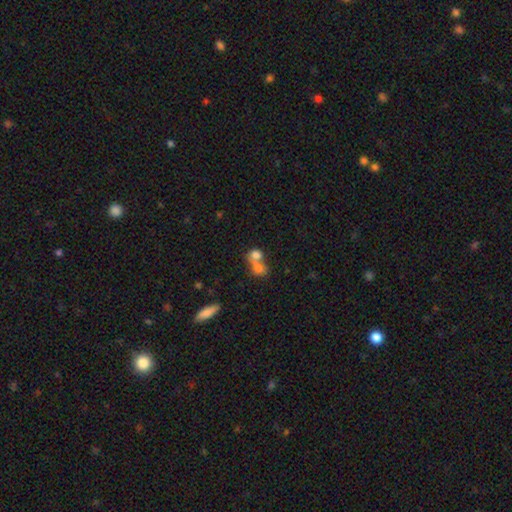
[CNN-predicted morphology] This appears to be a smooth galaxy with no disk features (75%) that is round (59%). Merging: merger (67%).